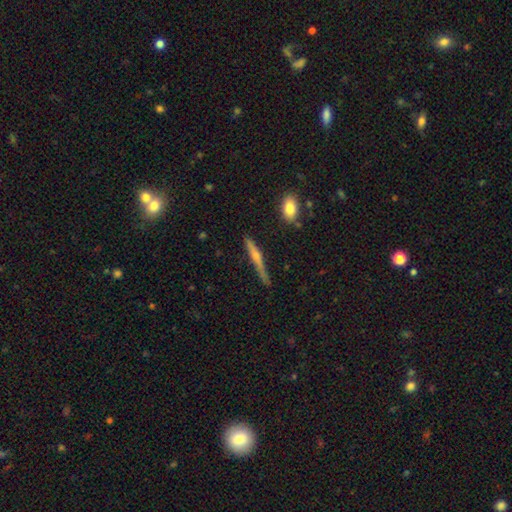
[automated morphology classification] Smooth or featured?
  - featured or disk: 52% *
  - smooth: 40%
  - star or artifact: 8%
Edge-on disk?
  - yes: 95% *
  - no: 5%
Merging?
  - none: 75% *
  - minor disturbance: 19%
  - major disturbance: 4%
  - merger: 3%